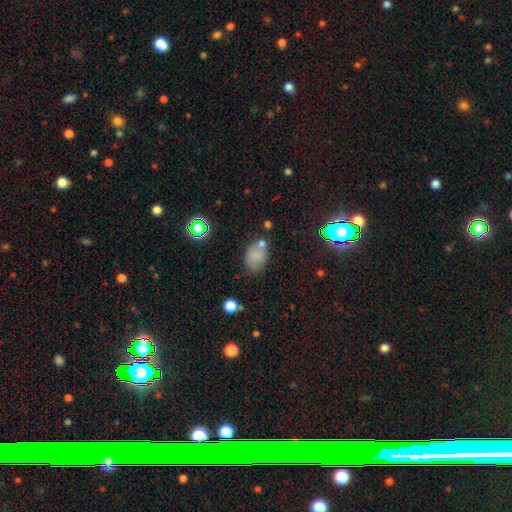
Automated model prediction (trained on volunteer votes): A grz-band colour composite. It shows a smooth galaxy with no disk features (71%) that is in between round and cigar-shaped (81%). Merging: none (53%).